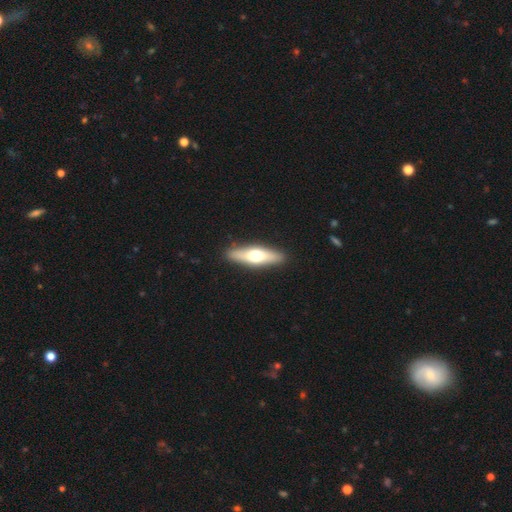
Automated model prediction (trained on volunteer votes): A featured or disk galaxy (48%). Merging: none (90%).